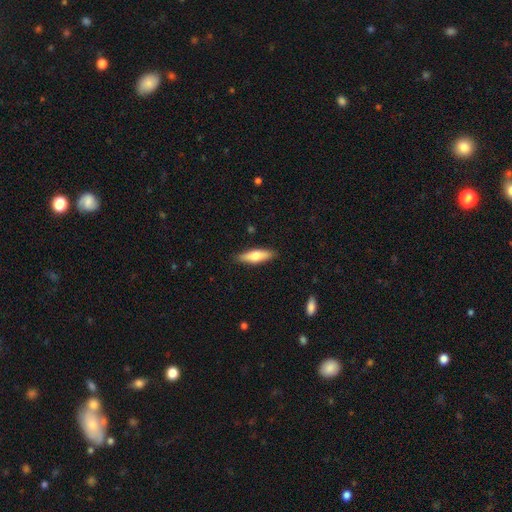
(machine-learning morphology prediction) Smooth or featured? smooth (63%)
How rounded? cigar-shaped (56%)
Merging? none (89%)